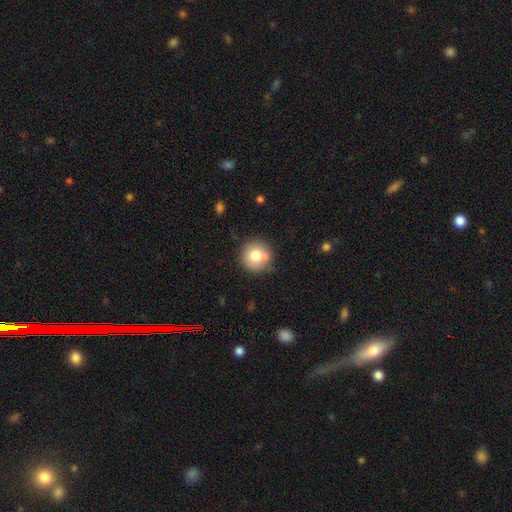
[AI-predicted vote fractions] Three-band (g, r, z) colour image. It shows a smooth galaxy with no disk features (75%) that is round (93%). Merging: none (75%).